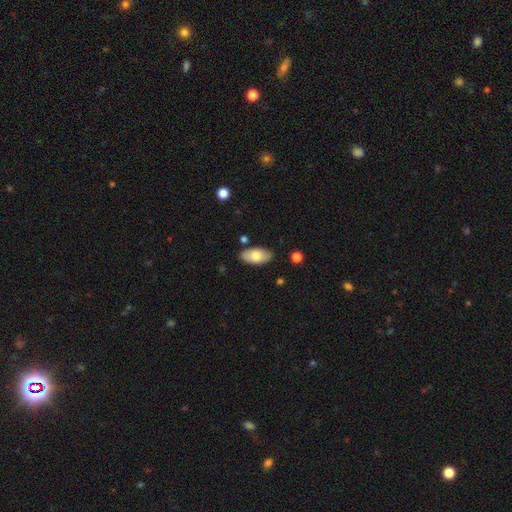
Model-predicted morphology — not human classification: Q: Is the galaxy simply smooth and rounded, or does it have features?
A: smooth — 74%.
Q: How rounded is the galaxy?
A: in between — 93%.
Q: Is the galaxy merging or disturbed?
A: none — 85%.